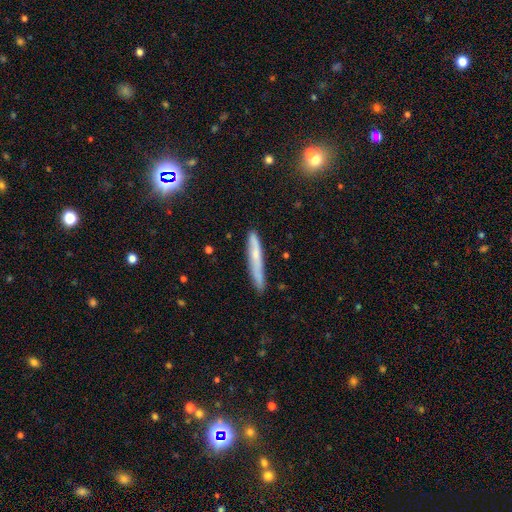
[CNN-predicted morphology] The model was most divided on "smooth or featured": smooth: 53%, featured or disk: 38%, star or artifact: 9%. More confident: how rounded — cigar-shaped (95%); merging — none (82%).